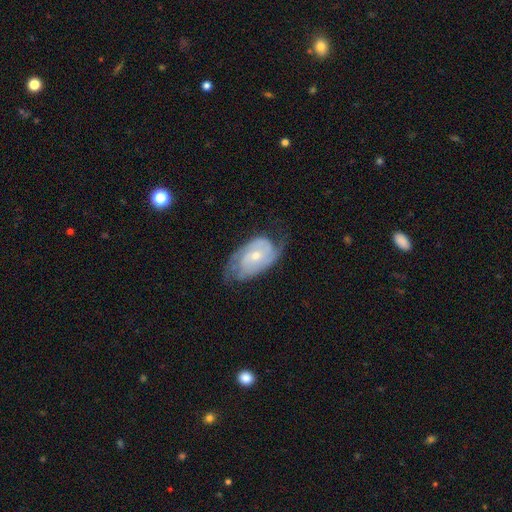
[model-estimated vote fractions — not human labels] Smooth or featured: featured or disk — 77% (smooth — 17%)
Edge-on disk: no — 95% (yes — 5%)
Bar: no — 68% (weak — 26%)
Spiral arms: yes — 91% (no — 9%)
Spiral winding: tight — 46% (medium — 37%)
Spiral arm count: 2 — 61% (can't tell — 21%)
Bulge size: small — 49% (moderate — 47%)
Merging: none — 59% (minor disturbance — 26%)